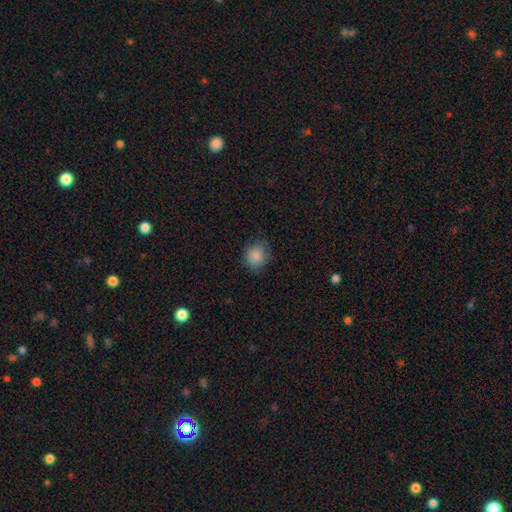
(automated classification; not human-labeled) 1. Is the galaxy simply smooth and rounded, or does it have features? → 86% smooth, 8% star or artifact, 6% featured or disk.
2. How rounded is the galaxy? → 69% round, 30% in between, 1% cigar-shaped.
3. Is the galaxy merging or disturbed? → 76% none, 19% minor disturbance, 4% major disturbance, 1% merger.